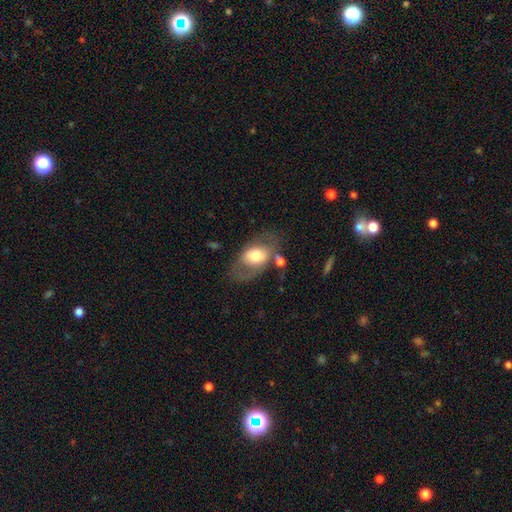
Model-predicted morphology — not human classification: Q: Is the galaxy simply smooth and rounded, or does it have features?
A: smooth — 57%.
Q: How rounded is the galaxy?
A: in between — 85%.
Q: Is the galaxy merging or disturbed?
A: none — 49%.